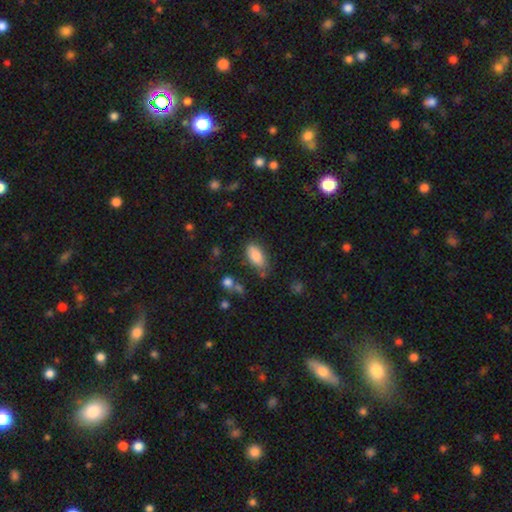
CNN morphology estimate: Smooth or featured: smooth — 84% (featured or disk — 9%)
How rounded: in between — 89% (cigar-shaped — 8%)
Merging: none — 74% (minor disturbance — 18%)